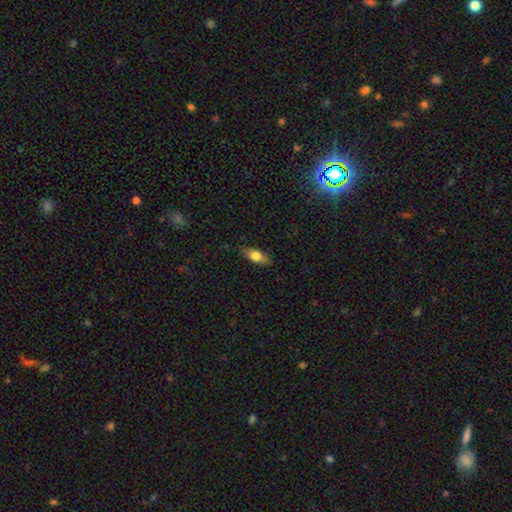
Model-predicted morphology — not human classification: smooth 67%, featured or disk 25%, star or artifact 8%. Down the decision tree: how rounded — in between (75%); merging — none (83%).